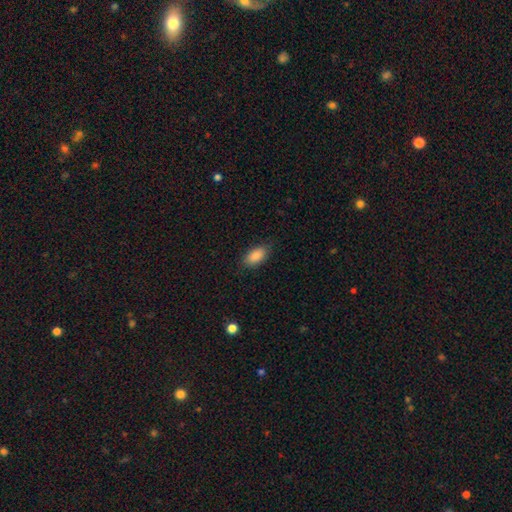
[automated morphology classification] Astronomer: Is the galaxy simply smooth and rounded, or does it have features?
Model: smooth — 89%.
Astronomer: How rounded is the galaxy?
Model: in between — 92%.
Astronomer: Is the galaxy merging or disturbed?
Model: none — 85%.